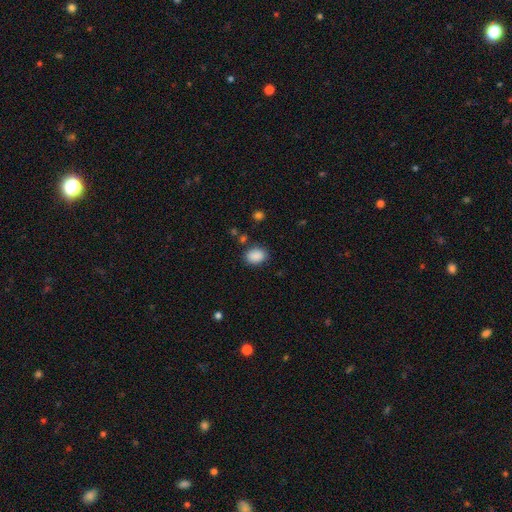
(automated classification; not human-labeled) This appears to be a smooth galaxy with no disk features (88%) that is in between round and cigar-shaped (67%). Merging: none (82%).